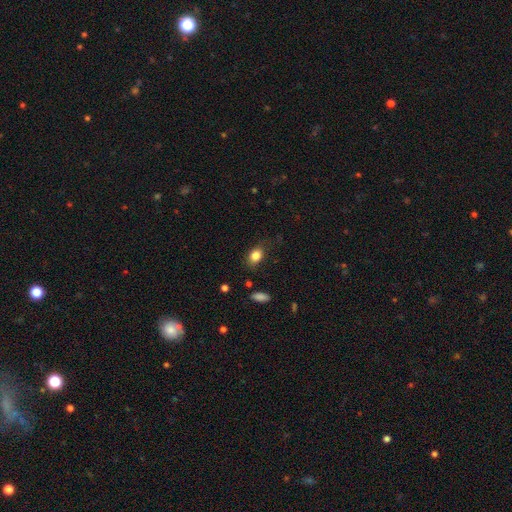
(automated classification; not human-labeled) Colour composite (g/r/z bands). It shows a smooth galaxy with no disk features (83%) that is in between round and cigar-shaped (69%). Merging: none (70%).